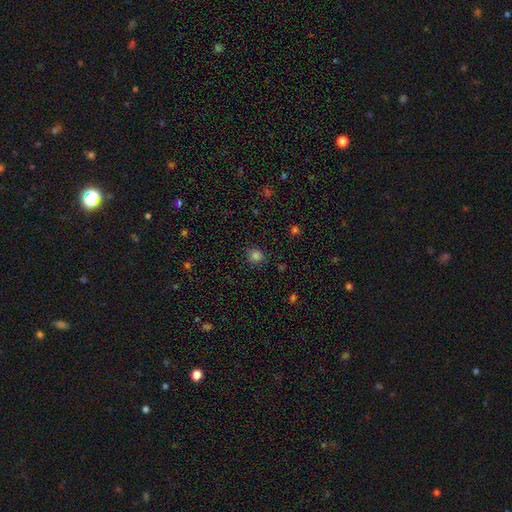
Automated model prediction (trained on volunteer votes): Smooth or featured: smooth — 82% (star or artifact — 14%)
How rounded: round — 86% (in between — 13%)
Merging: none — 88% (minor disturbance — 8%)